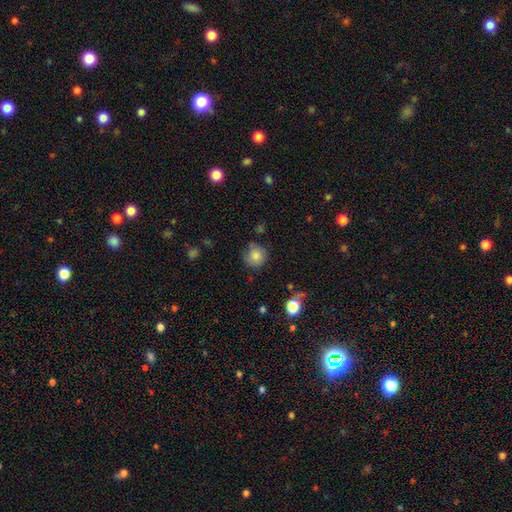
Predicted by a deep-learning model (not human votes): Smooth or featured?
  - smooth: 82% *
  - star or artifact: 10%
  - featured or disk: 8%
How rounded?
  - round: 90% *
  - in between: 9%
  - cigar-shaped: 1%
Merging?
  - none: 73% *
  - minor disturbance: 18%
  - major disturbance: 5%
  - merger: 4%